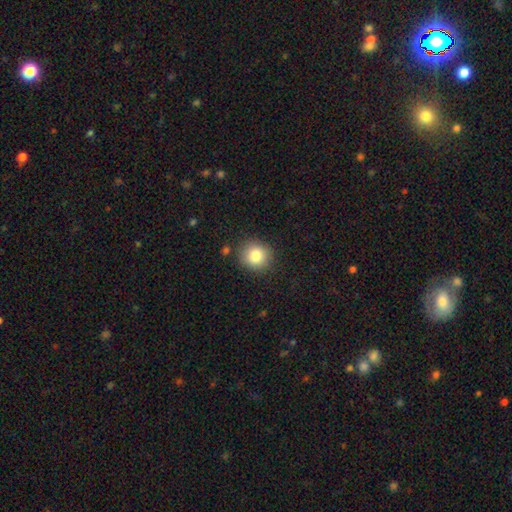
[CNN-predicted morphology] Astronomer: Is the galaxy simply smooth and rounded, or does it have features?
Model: smooth — 82%.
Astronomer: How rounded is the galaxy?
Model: round — 87%.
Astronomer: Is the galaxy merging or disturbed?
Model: none — 87%.